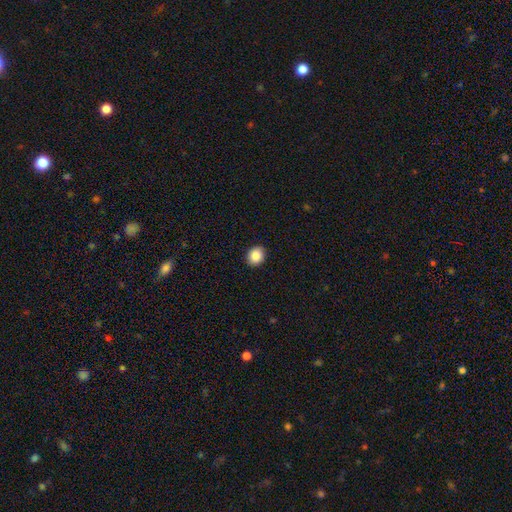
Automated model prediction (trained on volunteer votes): Smooth or featured: smooth — 88% (star or artifact — 8%)
How rounded: round — 60% (in between — 39%)
Merging: none — 91% (minor disturbance — 6%)